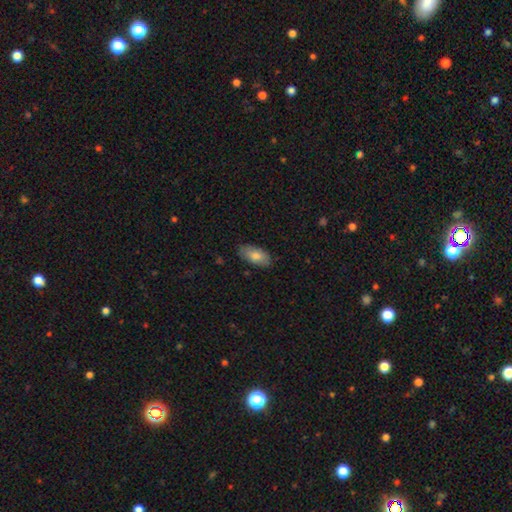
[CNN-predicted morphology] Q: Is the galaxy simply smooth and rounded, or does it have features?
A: smooth — 77%.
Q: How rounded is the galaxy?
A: in between — 91%.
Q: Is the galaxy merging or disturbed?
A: none — 83%.